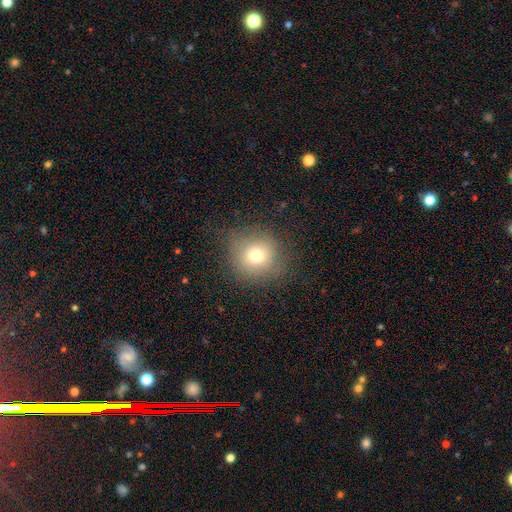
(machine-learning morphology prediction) smooth_or_featured: smooth (p=0.71) [alt: star or artifact p=0.15]
how_rounded: round (p=0.90) [alt: in between p=0.09]
merging: none (p=0.77) [alt: minor disturbance p=0.15]